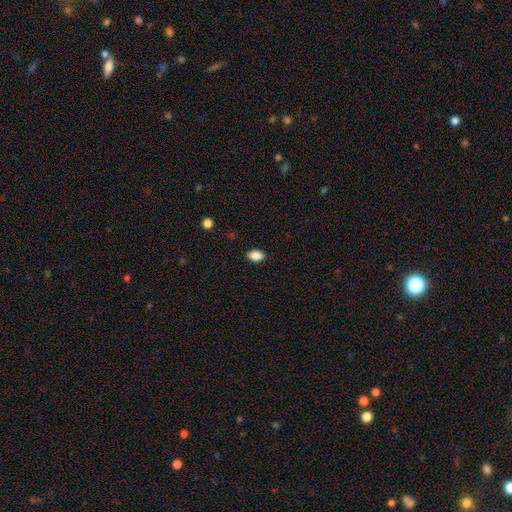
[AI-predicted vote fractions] smooth 87%, star or artifact 8%, featured or disk 4%. Down the decision tree: how rounded — in between (87%); merging — none (88%).